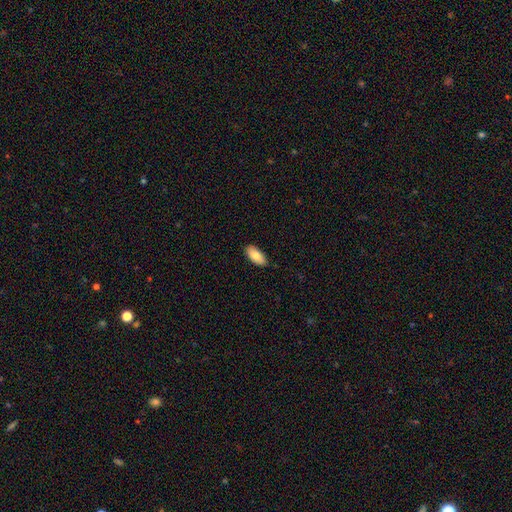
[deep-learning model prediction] Smooth or featured? smooth (82%)
How rounded? in between (89%)
Merging? none (88%)